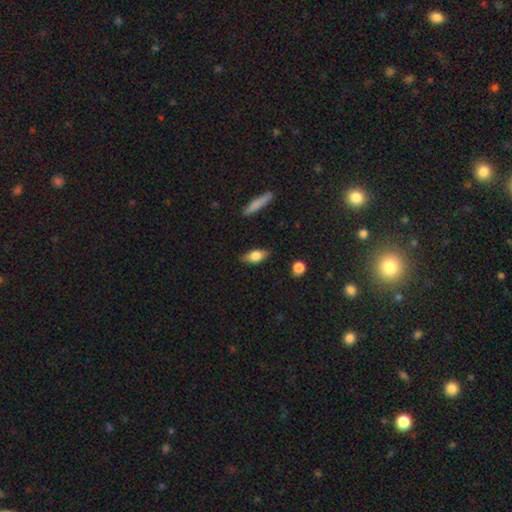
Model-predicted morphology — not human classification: smooth 69%, featured or disk 24%, star or artifact 7%. Down the decision tree: how rounded — in between (76%); merging — none (83%).